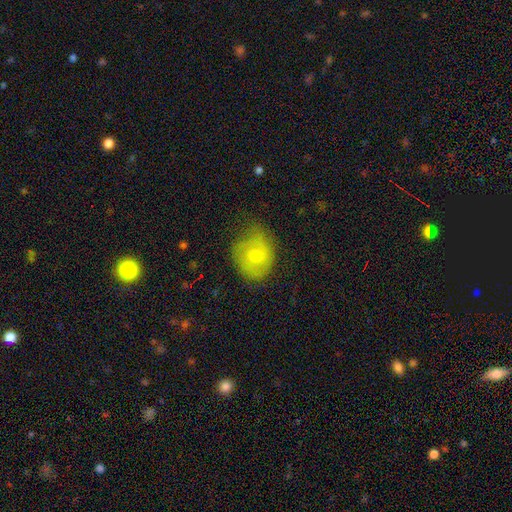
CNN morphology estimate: Q: Smooth or featured?
A: smooth (56%); runner-up: featured or disk (37%)
Q: How rounded?
A: round (54%); runner-up: in between (45%)
Q: Merging?
A: none (54%); runner-up: minor disturbance (33%)